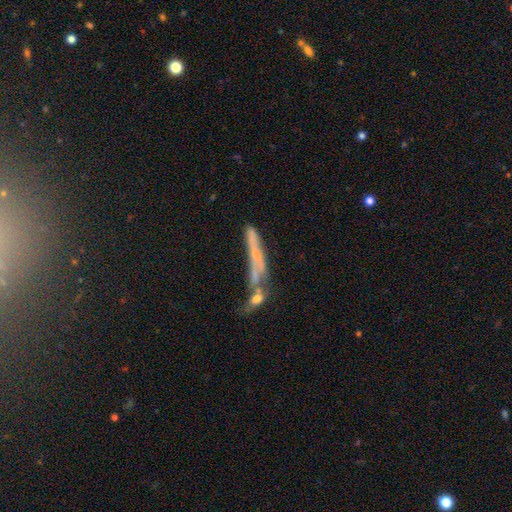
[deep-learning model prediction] Smooth or featured?
  - featured or disk: 53% *
  - smooth: 32%
  - star or artifact: 15%
Edge-on disk?
  - yes: 59% *
  - no: 41%
Merging?
  - merger: 42% *
  - none: 27%
  - major disturbance: 16%
  - minor disturbance: 15%